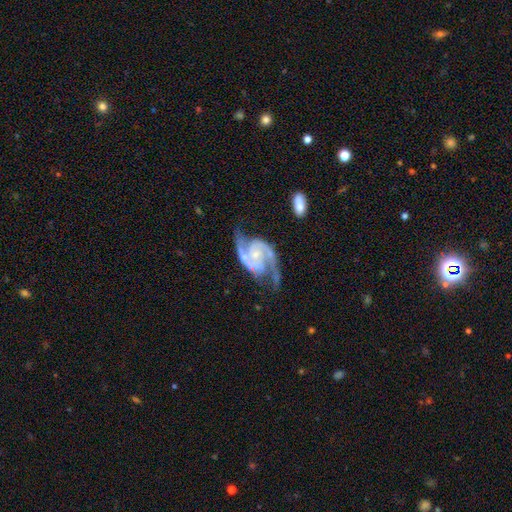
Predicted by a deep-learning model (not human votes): A featured or disk galaxy (93%) with no bar (59%), 2 (93%) medium (59%) spiral arms (98%) and a small central bulge (63%).

Vote fractions:
- Smooth or featured? featured or disk: 93% / star or artifact: 4% / smooth: 3%
- Edge-on disk? no: 98% / yes: 2%
- Bar? no: 59% / weak: 31% / strong: 10%
- Spiral arms? yes: 98% / no: 2%
- Spiral winding? medium: 59% / loose: 21% / tight: 20%
- Spiral arm count? 2: 93% / 3: 2% / can't tell: 2% / 1: 1% / 4: 1% / more than 4: 1%
- Bulge size? small: 63% / moderate: 24% / none: 10% / large: 2% / dominant: 1%
- Merging? none: 57% / minor disturbance: 20% / major disturbance: 13% / merger: 11%